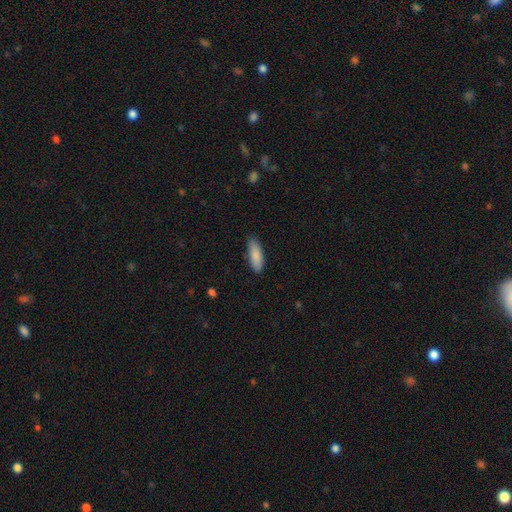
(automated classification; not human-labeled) A smooth galaxy with no disk features (88%) that is in between round and cigar-shaped (62%).

Vote fractions:
- Smooth or featured? smooth: 88% / featured or disk: 7% / star or artifact: 5%
- How rounded? in between: 62% / cigar-shaped: 37% / round: 2%
- Merging? none: 82% / minor disturbance: 14% / major disturbance: 2% / merger: 1%